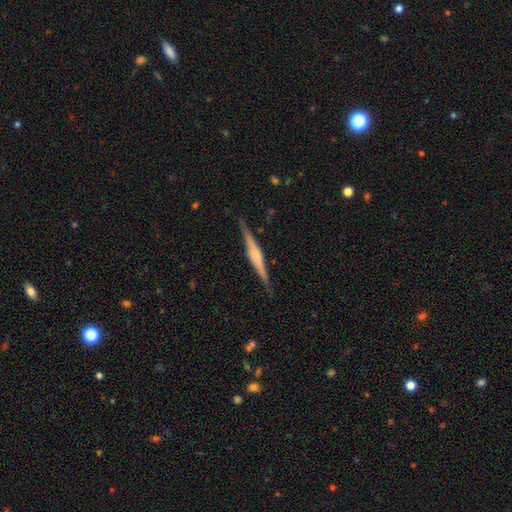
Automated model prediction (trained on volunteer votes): Smooth or featured? featured or disk (78%)
Edge-on disk? yes (98%)
Edge-on bulge? rounded (60%)
Merging? none (88%)